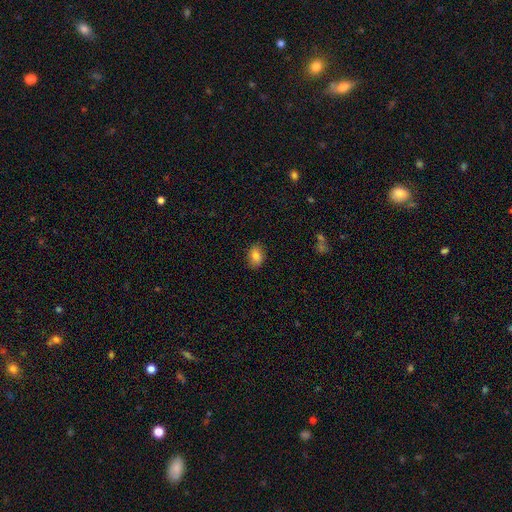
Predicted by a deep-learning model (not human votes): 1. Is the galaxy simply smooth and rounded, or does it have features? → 83% smooth, 9% star or artifact, 8% featured or disk.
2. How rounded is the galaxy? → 76% in between, 22% round, 1% cigar-shaped.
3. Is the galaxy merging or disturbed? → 86% none, 11% minor disturbance, 2% major disturbance, 1% merger.